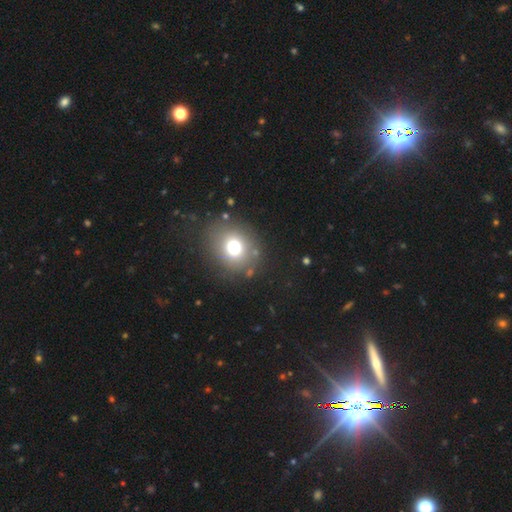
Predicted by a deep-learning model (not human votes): Smooth or featured: smooth — 53% (star or artifact — 29%)
How rounded: round — 76% (in between — 22%)
Merging: none — 83% (minor disturbance — 10%)